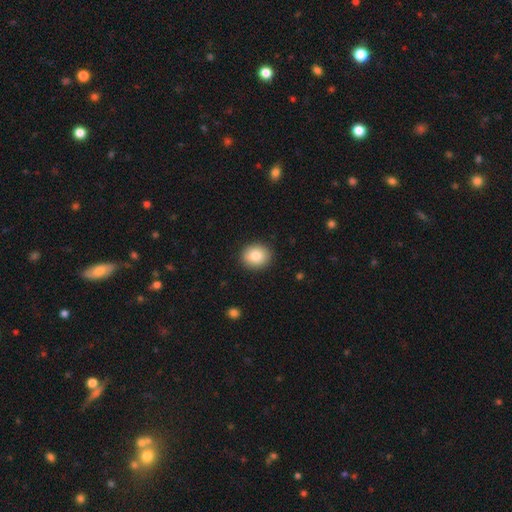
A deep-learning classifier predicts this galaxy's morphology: Smooth or featured: smooth — 84% (star or artifact — 8%)
How rounded: round — 69% (in between — 30%)
Merging: none — 90% (minor disturbance — 7%)